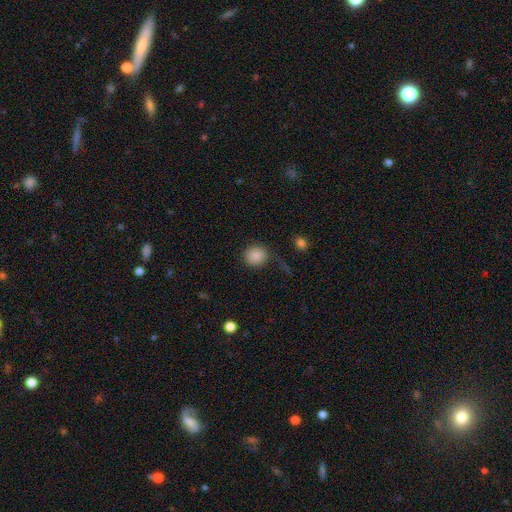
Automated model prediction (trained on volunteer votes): This appears to be a smooth galaxy with no disk features (85%) that is round (88%). Merging: none (76%).